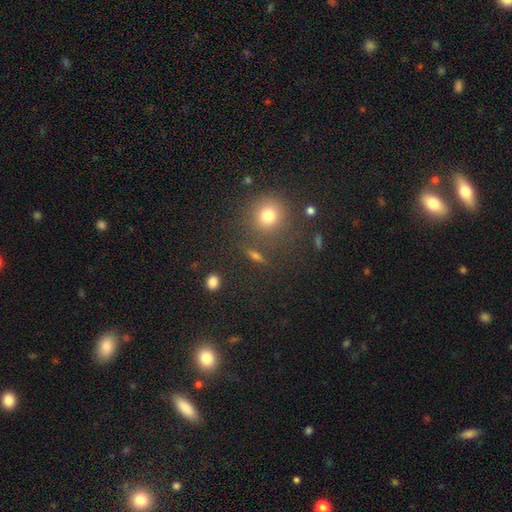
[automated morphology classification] This is possibly a smooth galaxy (53%). How rounded: possibly round (53%). Merging: clearly none (81%).